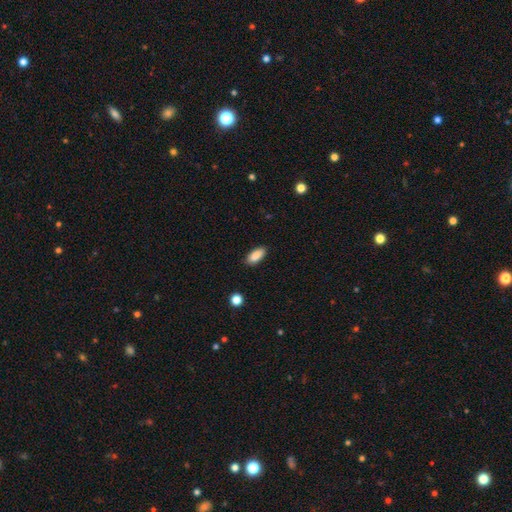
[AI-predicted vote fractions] Smooth or featured: smooth — 89% (star or artifact — 7%)
How rounded: in between — 87% (cigar-shaped — 11%)
Merging: none — 87% (minor disturbance — 10%)